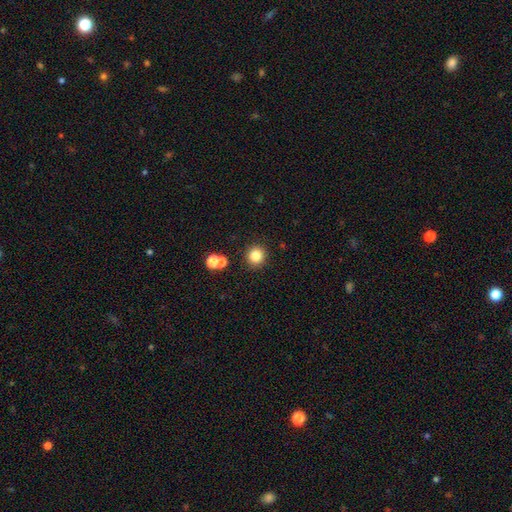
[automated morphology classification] smooth_or_featured: smooth (p=0.81) [alt: star or artifact p=0.13]
how_rounded: round (p=0.93) [alt: in between p=0.06]
merging: none (p=0.87) [alt: minor disturbance p=0.06]